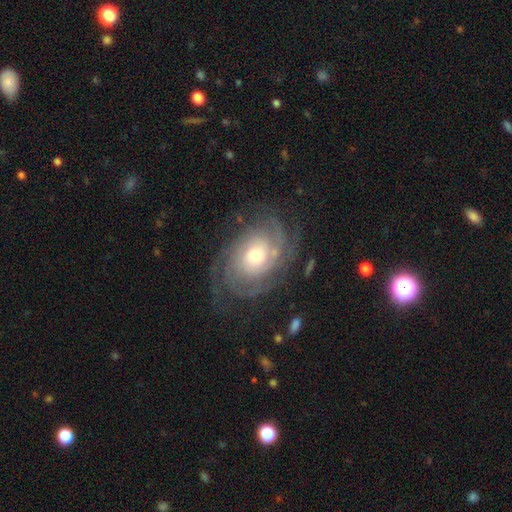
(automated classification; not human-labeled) Q: Smooth or featured?
A: featured or disk (84%); runner-up: smooth (11%)
Q: Edge-on disk?
A: no (97%); runner-up: yes (3%)
Q: Bar?
A: no (76%); runner-up: weak (19%)
Q: Spiral arms?
A: yes (95%); runner-up: no (5%)
Q: Spiral winding?
A: tight (64%); runner-up: medium (27%)
Q: Spiral arm count?
A: can't tell (34%); runner-up: 2 (25%)
Q: Bulge size?
A: moderate (59%); runner-up: small (25%)
Q: Merging?
A: none (70%); runner-up: minor disturbance (17%)